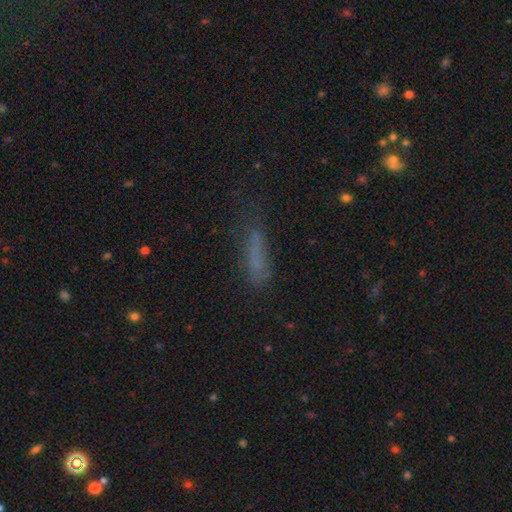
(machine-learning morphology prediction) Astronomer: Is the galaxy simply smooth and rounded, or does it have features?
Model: smooth — 67%.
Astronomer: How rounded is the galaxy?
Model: cigar-shaped — 72%.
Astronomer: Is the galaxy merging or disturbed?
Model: none — 58%.